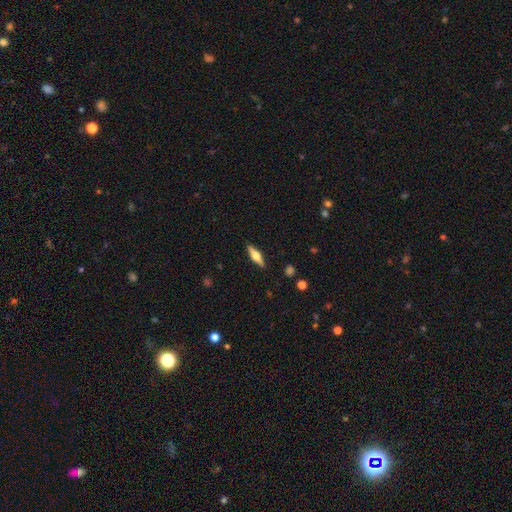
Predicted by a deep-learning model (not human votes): This is possibly a featured or disk galaxy (56%). It is clearly viewed edge-on (95%). Edge-on bulge: clearly rounded (92%). Merging: clearly none (90%).